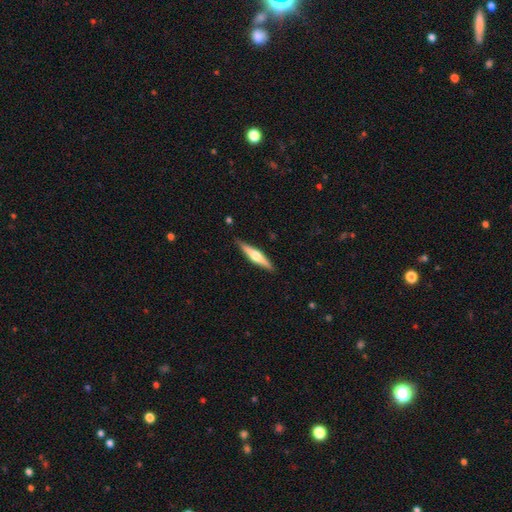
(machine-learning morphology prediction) Q: Smooth or featured?
A: featured or disk (65%); runner-up: smooth (30%)
Q: Edge-on disk?
A: yes (97%); runner-up: no (3%)
Q: Edge-on bulge?
A: rounded (92%); runner-up: boxy (5%)
Q: Merging?
A: none (90%); runner-up: minor disturbance (8%)